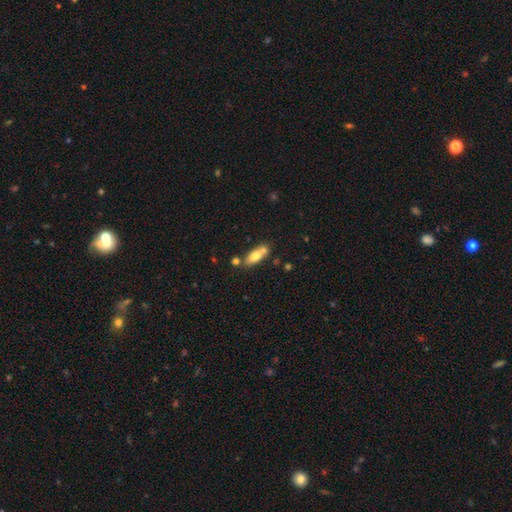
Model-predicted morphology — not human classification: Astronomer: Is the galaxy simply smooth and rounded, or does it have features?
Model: smooth — 69%.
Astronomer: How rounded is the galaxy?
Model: in between — 67%.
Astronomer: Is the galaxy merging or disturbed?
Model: none — 58%.